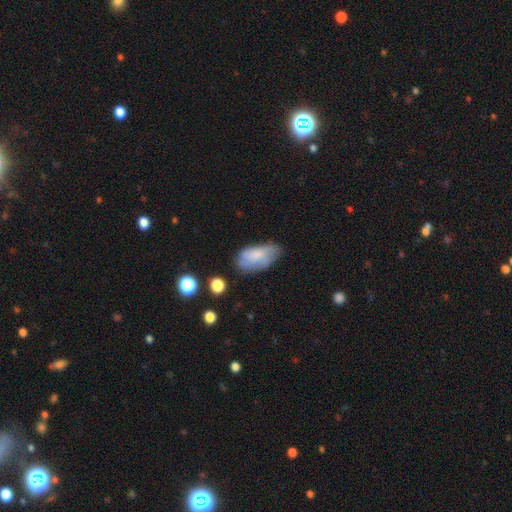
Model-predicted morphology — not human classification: A smooth galaxy with no disk features (60%) that is in between round and cigar-shaped (92%). Merging: none (57%).